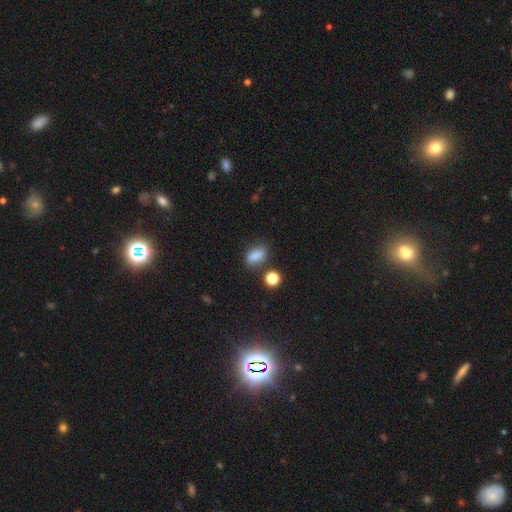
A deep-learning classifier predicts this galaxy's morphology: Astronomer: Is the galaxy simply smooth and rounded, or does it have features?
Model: smooth — 82%.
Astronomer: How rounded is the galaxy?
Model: in between — 80%.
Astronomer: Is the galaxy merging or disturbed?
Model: none — 69%.